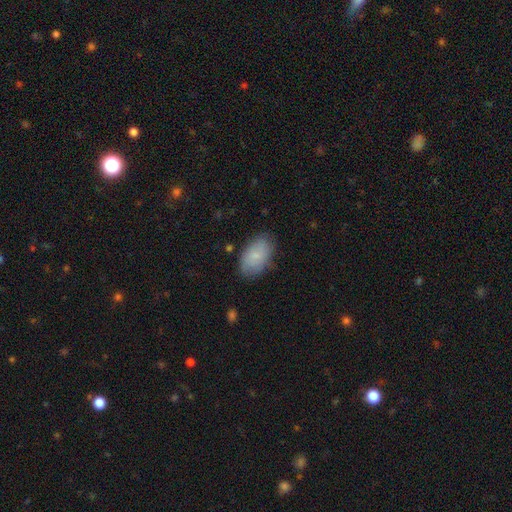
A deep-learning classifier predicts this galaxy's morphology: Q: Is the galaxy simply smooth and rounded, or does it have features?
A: smooth — 80%.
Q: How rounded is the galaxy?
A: in between — 93%.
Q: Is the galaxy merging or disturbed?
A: none — 80%.